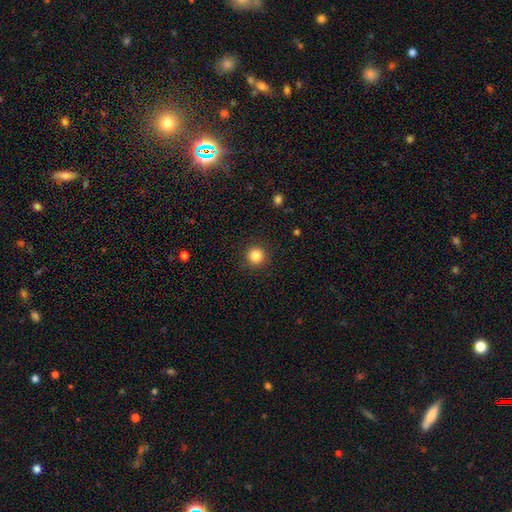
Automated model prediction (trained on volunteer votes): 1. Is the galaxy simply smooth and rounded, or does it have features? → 86% smooth, 11% star or artifact, 4% featured or disk.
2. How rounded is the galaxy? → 96% round, 3% in between, 1% cigar-shaped.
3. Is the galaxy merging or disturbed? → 91% none, 5% minor disturbance, 2% major disturbance, 1% merger.